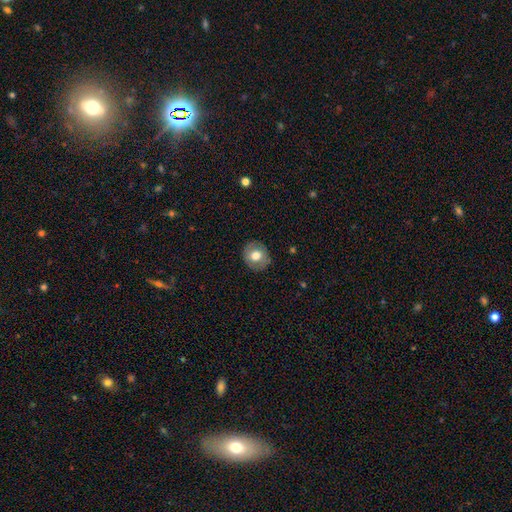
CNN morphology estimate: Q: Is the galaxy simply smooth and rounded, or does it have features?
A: smooth — 68%.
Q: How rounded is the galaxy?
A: round — 81%.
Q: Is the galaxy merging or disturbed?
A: none — 86%.